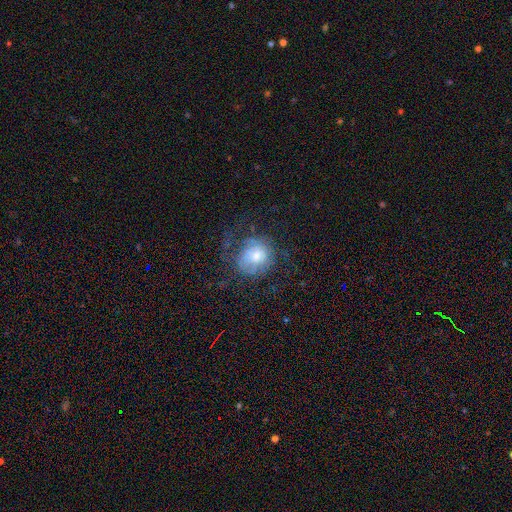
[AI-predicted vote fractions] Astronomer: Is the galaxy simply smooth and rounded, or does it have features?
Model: smooth — 46% (runner-up: featured or disk, 44%).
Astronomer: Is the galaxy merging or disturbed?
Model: none — 44% (runner-up: major disturbance, 34%).